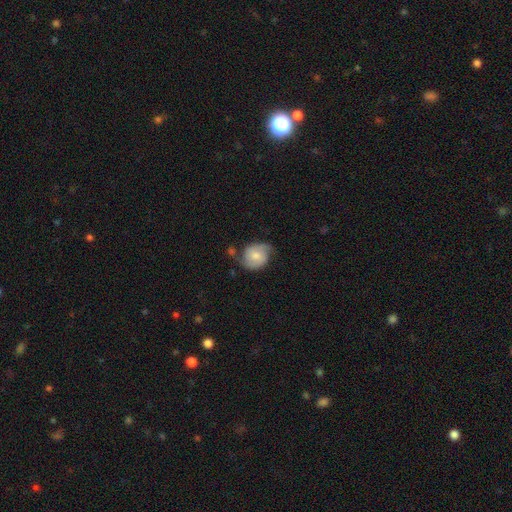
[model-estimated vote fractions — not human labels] Smooth or featured? featured or disk (58%)
Edge-on disk? no (97%)
Bar? no (63%)
Spiral arms? yes (88%)
Bulge size? moderate (53%)
Merging? none (58%)